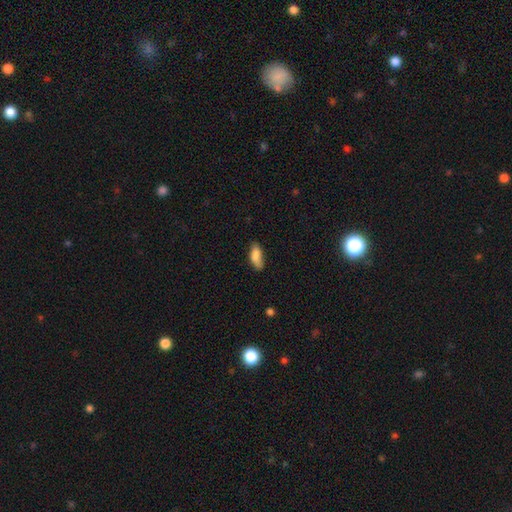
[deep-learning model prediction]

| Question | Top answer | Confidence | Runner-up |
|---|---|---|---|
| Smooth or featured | smooth | 81% | featured or disk (11%) |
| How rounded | in between | 78% | cigar-shaped (20%) |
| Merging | none | 53% | minor disturbance (32%) |